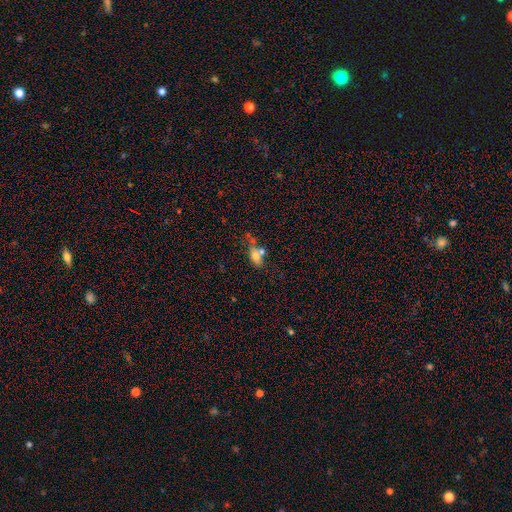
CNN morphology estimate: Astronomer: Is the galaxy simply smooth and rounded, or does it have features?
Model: smooth — 67%.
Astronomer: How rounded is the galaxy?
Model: in between — 78%.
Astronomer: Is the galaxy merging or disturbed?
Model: merger — 38% (runner-up: none, 35%).